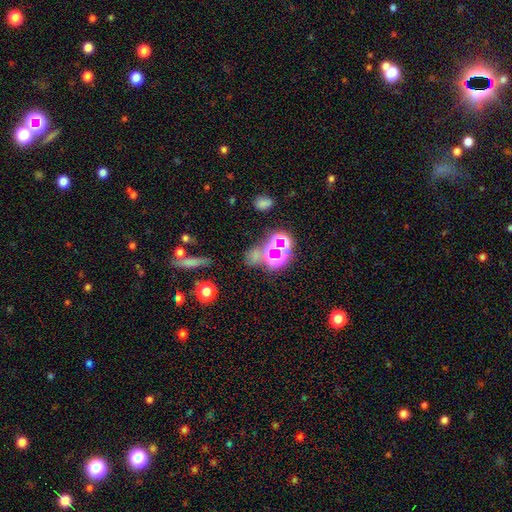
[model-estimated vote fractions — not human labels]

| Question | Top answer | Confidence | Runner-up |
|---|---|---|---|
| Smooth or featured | star or artifact | 53% | smooth (34%) |